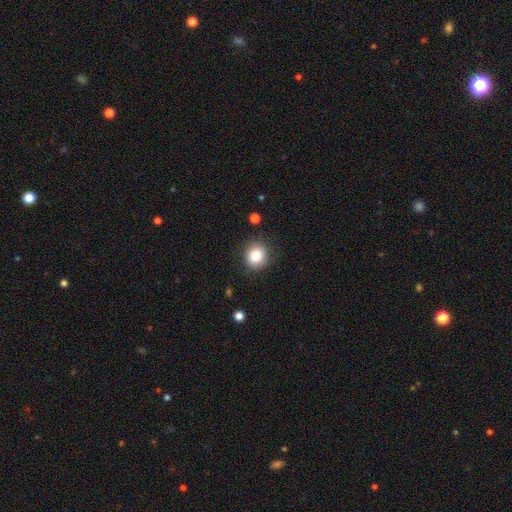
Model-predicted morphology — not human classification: Smooth or featured? Predicted: smooth (p=0.84). How rounded? Predicted: round (p=0.82). Merging? Predicted: none (p=0.85).